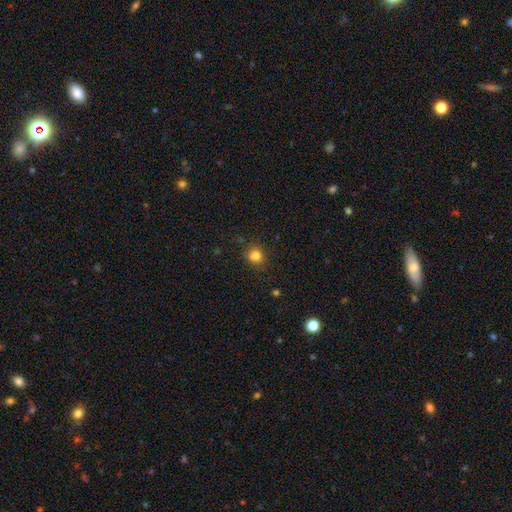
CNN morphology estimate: Smooth or featured: smooth — 81% (star or artifact — 13%)
How rounded: round — 73% (in between — 26%)
Merging: none — 74% (minor disturbance — 17%)